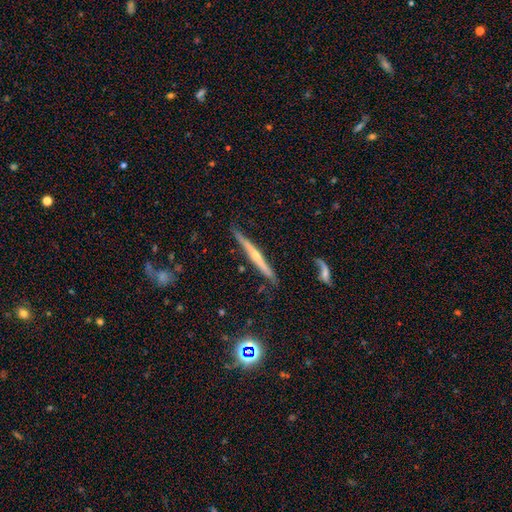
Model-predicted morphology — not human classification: smooth_or_featured: featured or disk (p=0.73) [alt: smooth p=0.20]
disk_edge_on: yes (p=0.97) [alt: no p=0.03]
edge_on_bulge: rounded (p=0.73) [alt: none p=0.23]
merging: none (p=0.82) [alt: minor disturbance p=0.14]